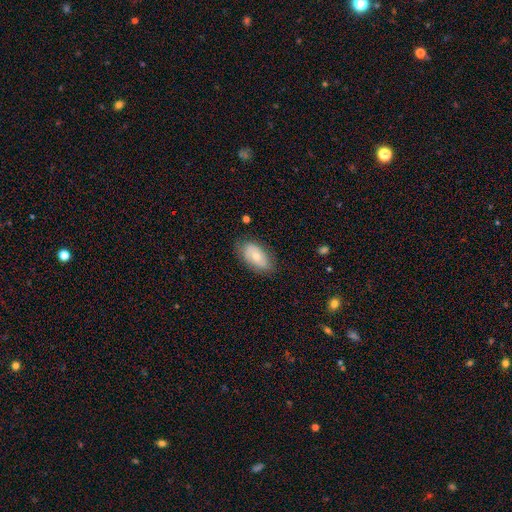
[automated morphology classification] smooth 61%, featured or disk 32%, star or artifact 7%. Down the decision tree: how rounded — in between (93%); merging — none (74%).